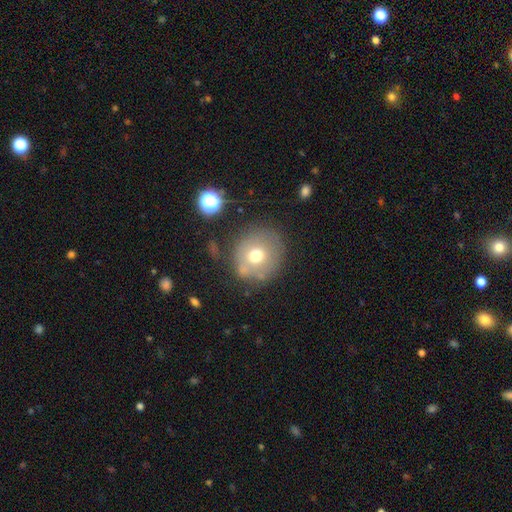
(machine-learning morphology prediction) Smooth or featured?
  - smooth: 65% *
  - featured or disk: 23%
  - star or artifact: 12%
How rounded?
  - round: 85% *
  - in between: 14%
  - cigar-shaped: 1%
Merging?
  - none: 69% *
  - minor disturbance: 18%
  - major disturbance: 9%
  - merger: 5%